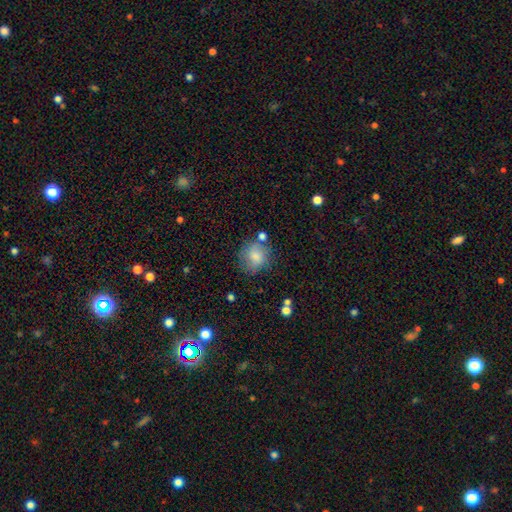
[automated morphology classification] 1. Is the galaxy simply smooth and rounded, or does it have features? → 78% smooth, 13% featured or disk, 9% star or artifact.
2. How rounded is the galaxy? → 76% round, 23% in between, 1% cigar-shaped.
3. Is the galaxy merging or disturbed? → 66% none, 19% minor disturbance, 8% merger, 7% major disturbance.